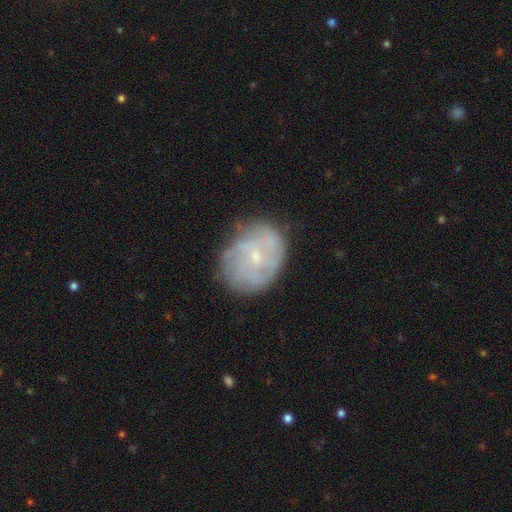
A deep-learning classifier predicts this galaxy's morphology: Q: Smooth or featured?
A: featured or disk (54%); runner-up: smooth (38%)
Q: Edge-on disk?
A: no (97%); runner-up: yes (3%)
Q: Bar?
A: no (67%); runner-up: weak (29%)
Q: Spiral arms?
A: yes (57%); runner-up: no (43%)
Q: Bulge size?
A: small (69%); runner-up: moderate (23%)
Q: Merging?
A: none (69%); runner-up: minor disturbance (21%)